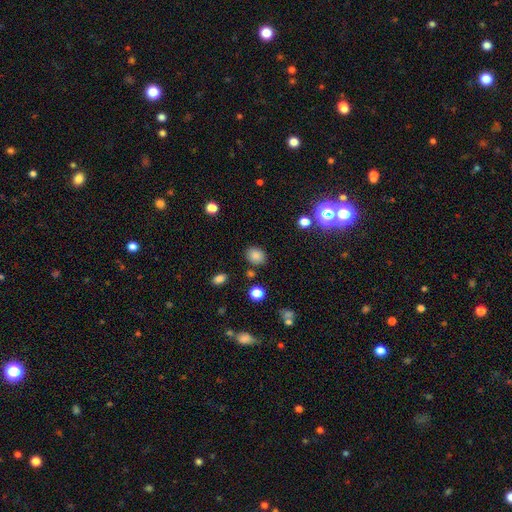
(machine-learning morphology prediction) A smooth galaxy with no disk features (83%) that is round (51%). Merging: none (82%).